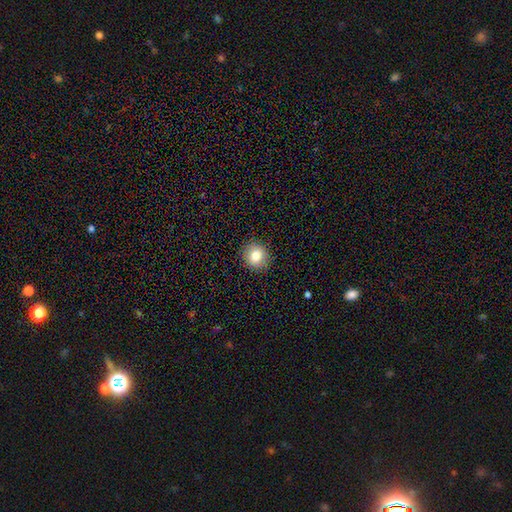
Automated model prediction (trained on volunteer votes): Smooth or featured? smooth (80%)
How rounded? round (88%)
Merging? none (91%)